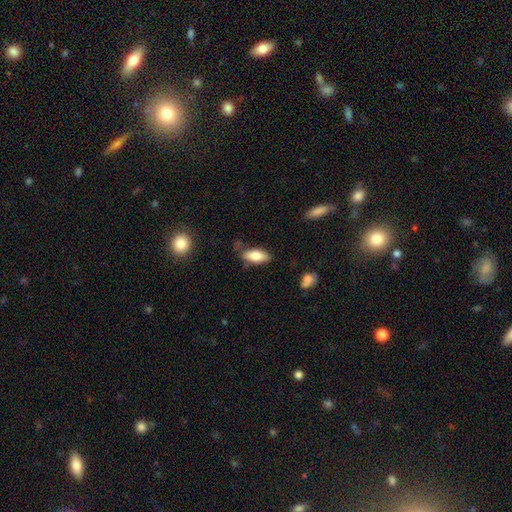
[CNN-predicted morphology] This appears to be a smooth galaxy with no disk features (78%) that is in between round and cigar-shaped (80%). Merging: none (73%).